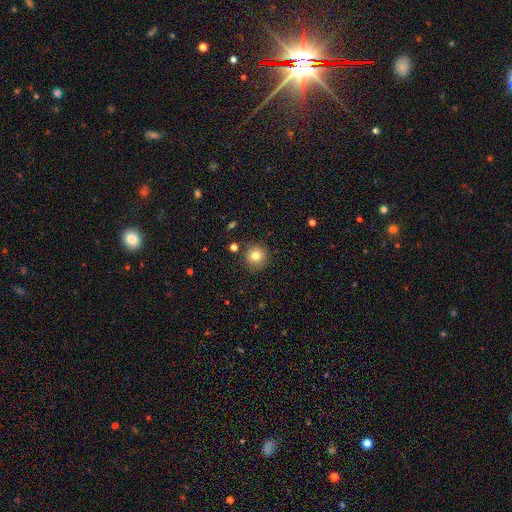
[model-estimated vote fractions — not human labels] A smooth galaxy with no disk features (80%) that is round (95%). Merging: none (89%).